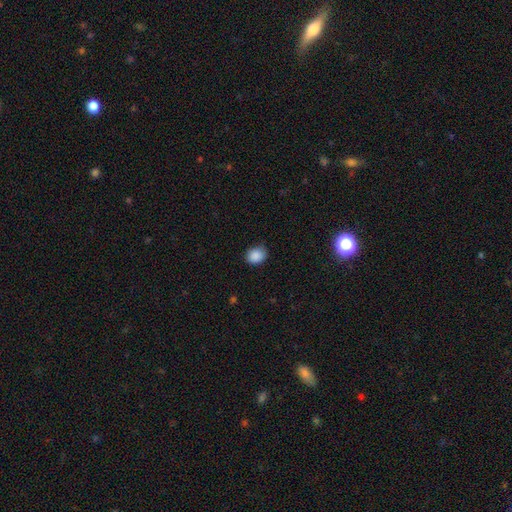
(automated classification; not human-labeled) This is clearly a smooth galaxy (88%). How rounded: possibly round (51%). Merging: likely none (74%).